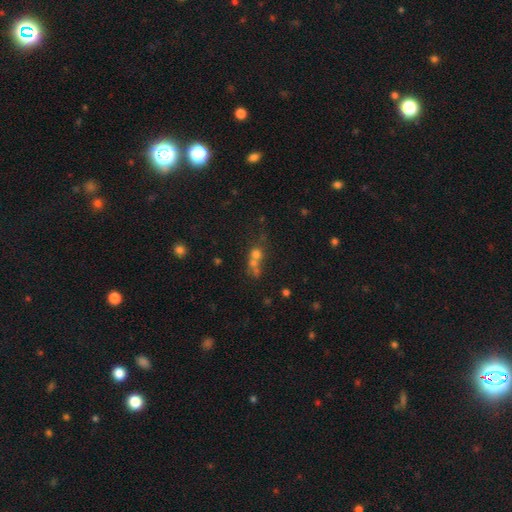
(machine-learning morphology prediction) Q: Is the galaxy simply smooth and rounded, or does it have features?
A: smooth — 51%.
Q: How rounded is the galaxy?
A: round — 79%.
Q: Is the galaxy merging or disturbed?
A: merger — 50%.